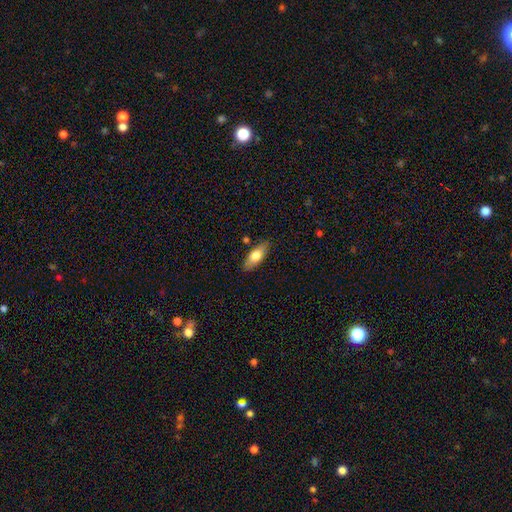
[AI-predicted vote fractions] Smooth or featured: smooth — 70% (featured or disk — 23%)
How rounded: in between — 73% (cigar-shaped — 24%)
Merging: none — 84% (minor disturbance — 12%)